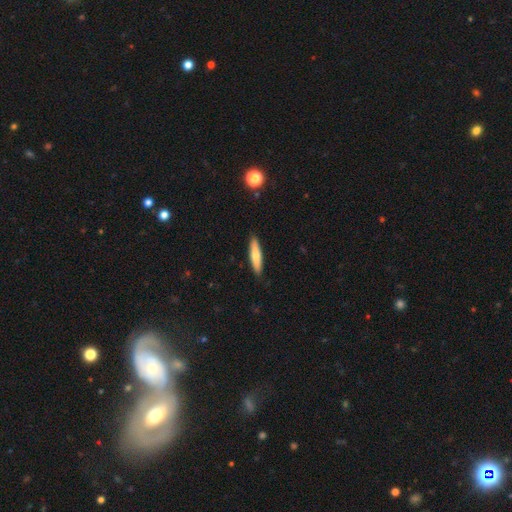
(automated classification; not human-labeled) smooth-or-featured: smooth: 69% | featured or disk: 25% | star or artifact: 6%
  how-rounded: cigar-shaped: 83% | in between: 16% | round: 1%
  merging: none: 90% | minor disturbance: 8% | major disturbance: 1% | merger: 1%